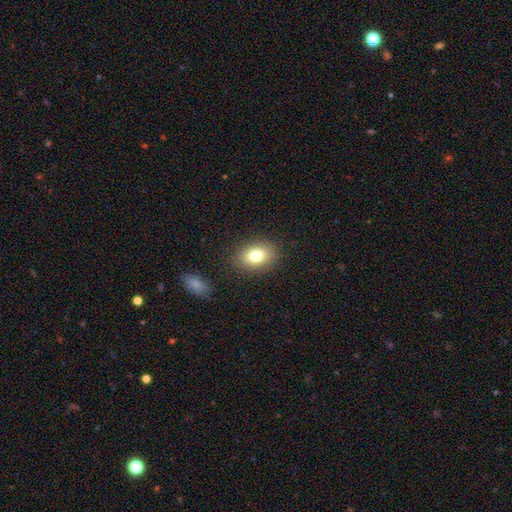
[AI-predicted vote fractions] Smooth or featured?
  - smooth: 79% *
  - featured or disk: 11%
  - star or artifact: 10%
How rounded?
  - in between: 75% *
  - round: 23%
  - cigar-shaped: 1%
Merging?
  - none: 86% *
  - minor disturbance: 9%
  - major disturbance: 3%
  - merger: 2%